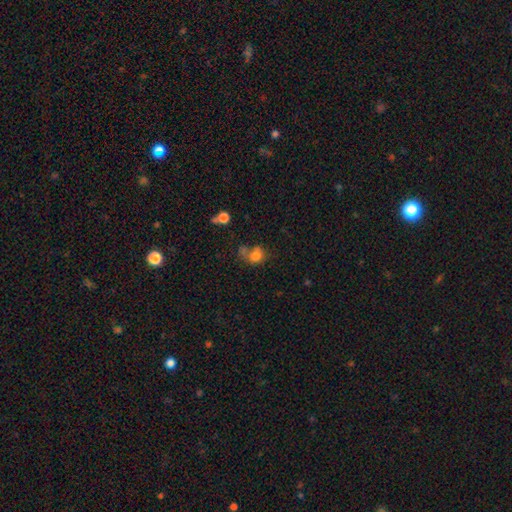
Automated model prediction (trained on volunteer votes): This is likely a smooth galaxy (77%). How rounded: likely round (69%). Merging: marginally none (41%).